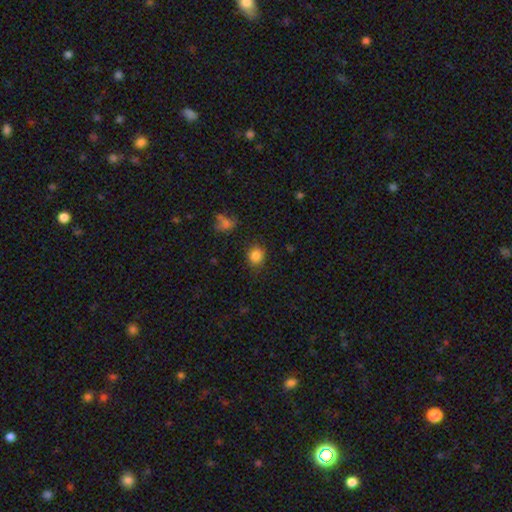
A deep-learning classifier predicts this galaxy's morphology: This is clearly a smooth galaxy (84%). How rounded: likely round (79%). Merging: clearly none (81%).